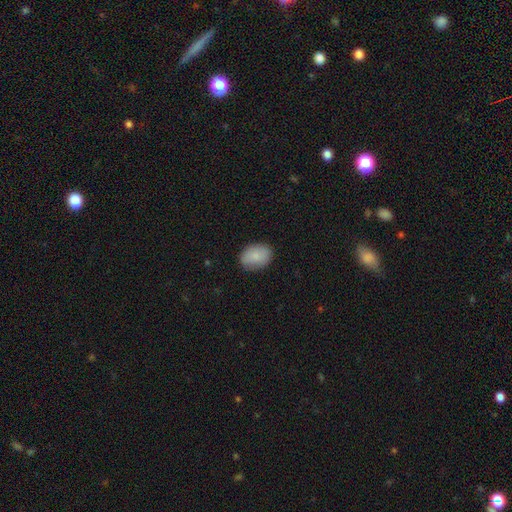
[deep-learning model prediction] Smooth or featured: smooth — 85% (featured or disk — 8%)
How rounded: in between — 68% (round — 31%)
Merging: none — 85% (minor disturbance — 12%)